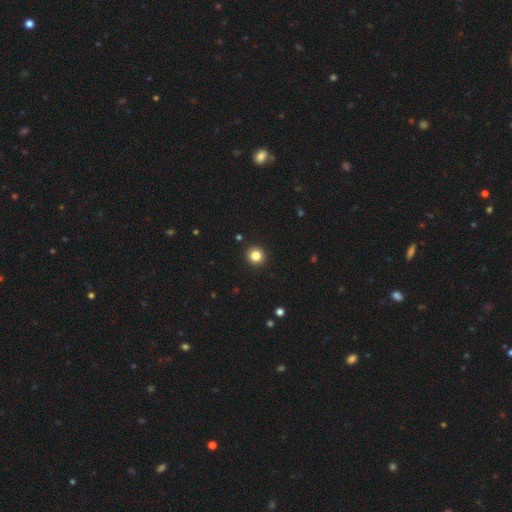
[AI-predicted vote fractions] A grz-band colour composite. It shows a smooth galaxy with no disk features (83%) that is round (96%). Merging: none (94%).